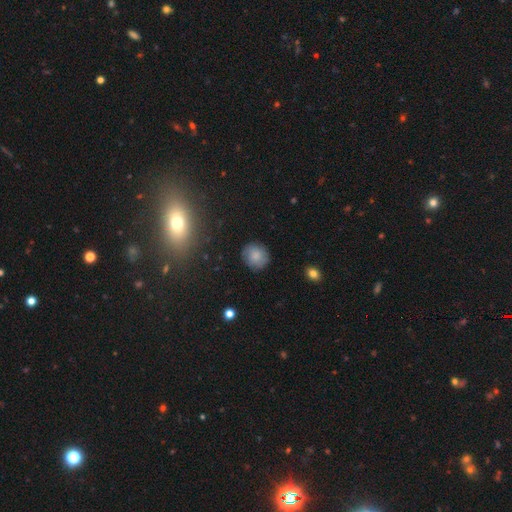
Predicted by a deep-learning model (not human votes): This appears to be a smooth galaxy with no disk features (76%) that is round (84%). Merging: none (83%).